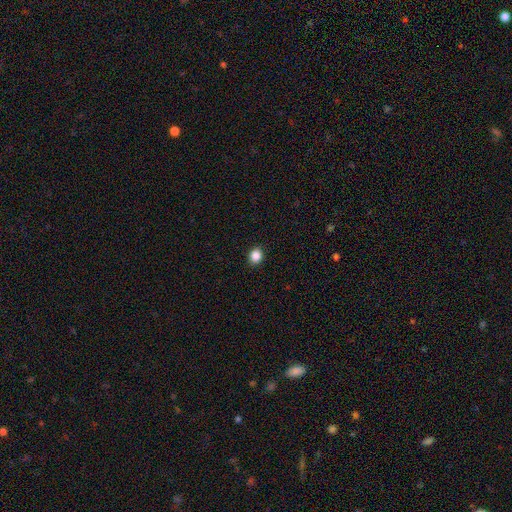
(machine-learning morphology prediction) type=smooth (86%); roundness=round (69%); merging=none (91%).